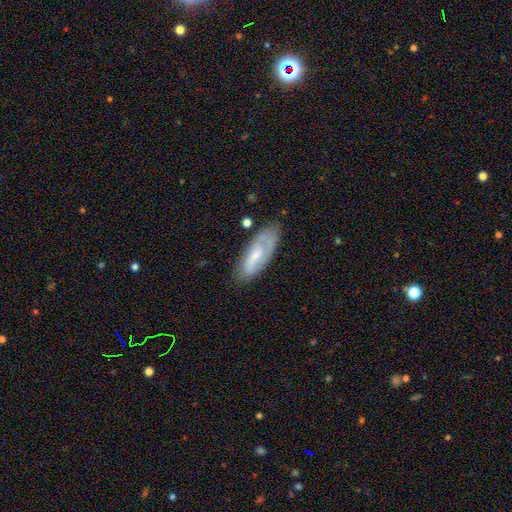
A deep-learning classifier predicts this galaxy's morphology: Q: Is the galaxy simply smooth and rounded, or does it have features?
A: featured or disk — 53%.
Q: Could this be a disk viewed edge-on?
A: no — 84%.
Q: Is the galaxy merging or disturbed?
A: none — 67%.